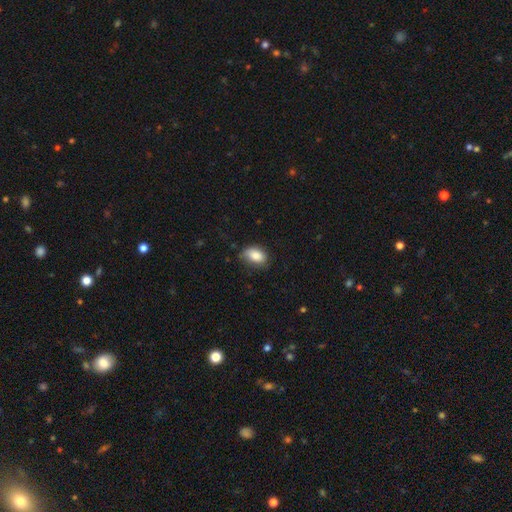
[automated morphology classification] type=smooth (84%); roundness=in between (88%); merging=none (67%).